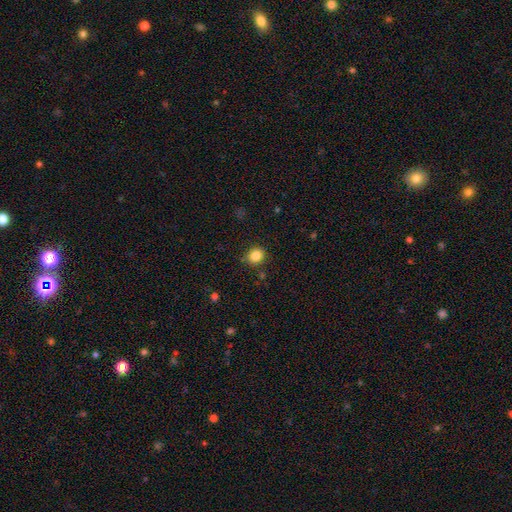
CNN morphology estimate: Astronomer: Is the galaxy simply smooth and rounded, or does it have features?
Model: smooth — 84%.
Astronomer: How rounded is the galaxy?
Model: round — 80%.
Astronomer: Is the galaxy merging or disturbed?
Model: none — 85%.